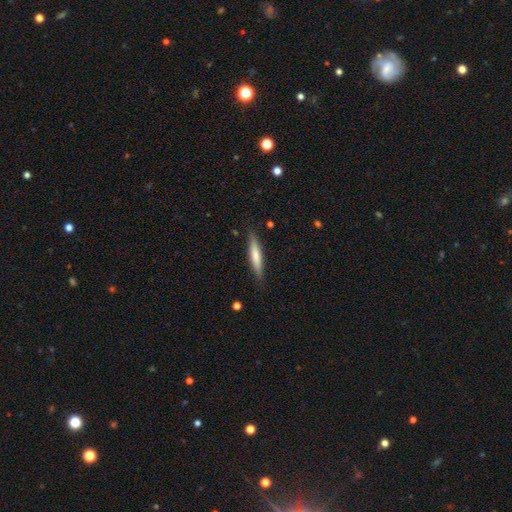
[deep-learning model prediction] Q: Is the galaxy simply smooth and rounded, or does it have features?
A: smooth — 64%.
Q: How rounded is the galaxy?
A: cigar-shaped — 89%.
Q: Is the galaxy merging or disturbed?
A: none — 86%.